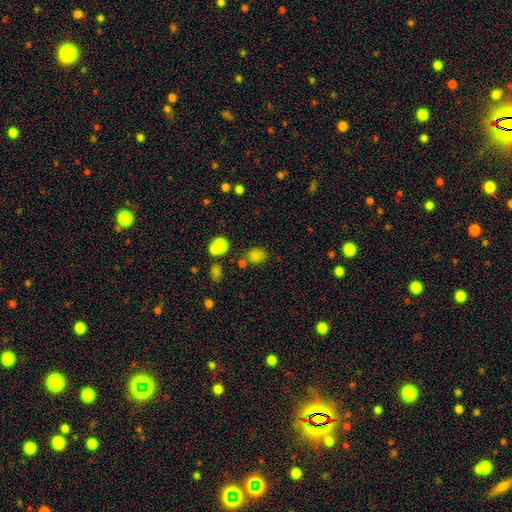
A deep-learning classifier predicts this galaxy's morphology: type=smooth (75%); roundness=in between (49%, tied with round); merging=none (65%).